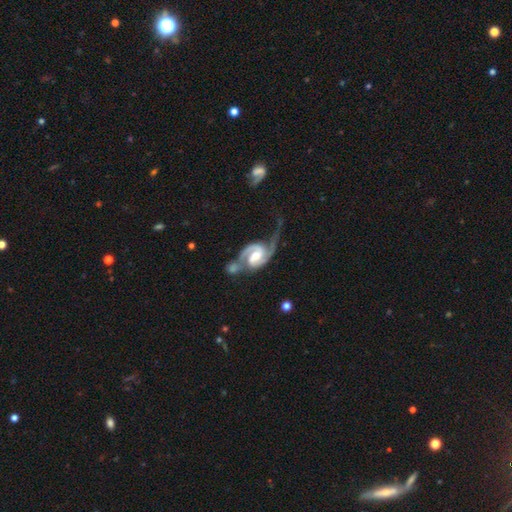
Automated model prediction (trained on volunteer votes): smooth-or-featured: featured or disk: 92% | smooth: 4% | star or artifact: 4%
  disk-edge-on: no: 98% | yes: 2%
    bar: weak: 49% | strong: 26% | no: 25%
    has-spiral-arms: yes: 98% | no: 2%
      spiral-winding: medium: 50% | tight: 27% | loose: 23%
      spiral-arm-count: 2: 91% | 1: 3% | can't tell: 2% | 3: 2% | 4: 1% | more than 4: 1%
    bulge-size: moderate: 56% | small: 23% | large: 14% | none: 5% | dominant: 2%
  merging: none: 35% | merger: 26% | major disturbance: 21% | minor disturbance: 18%